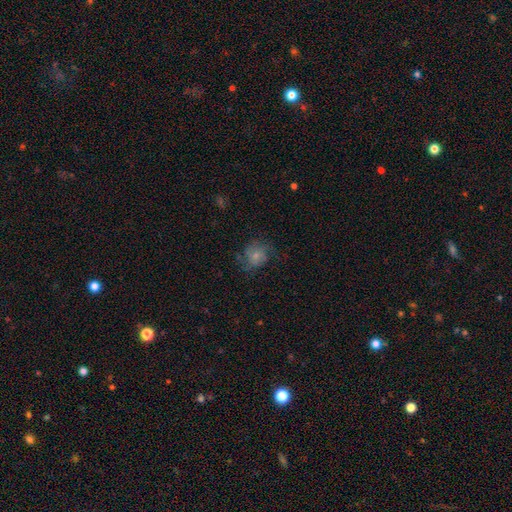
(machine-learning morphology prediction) smooth 57%, featured or disk 33%, star or artifact 11%. Down the decision tree: how rounded — round (69%); merging — none (57%).